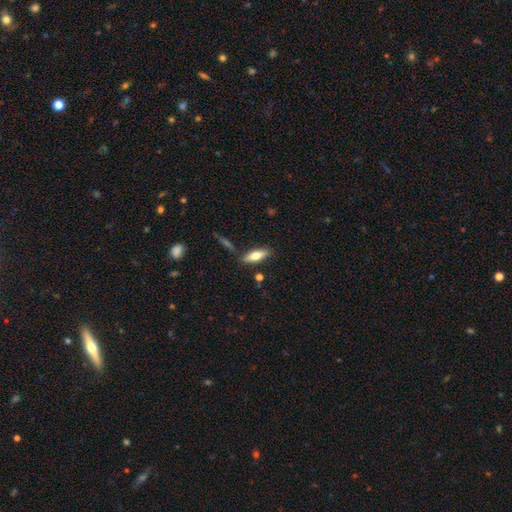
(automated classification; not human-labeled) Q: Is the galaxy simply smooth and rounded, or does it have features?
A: smooth — 62%.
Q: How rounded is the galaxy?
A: in between — 59%.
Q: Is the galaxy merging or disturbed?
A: none — 82%.